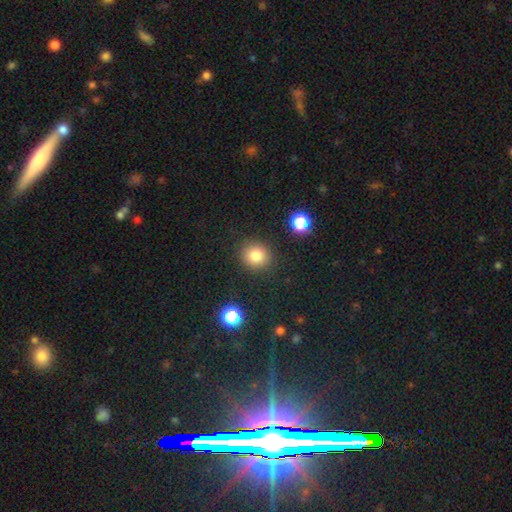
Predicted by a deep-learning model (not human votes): Smooth or featured? smooth (81%)
How rounded? round (87%)
Merging? none (89%)